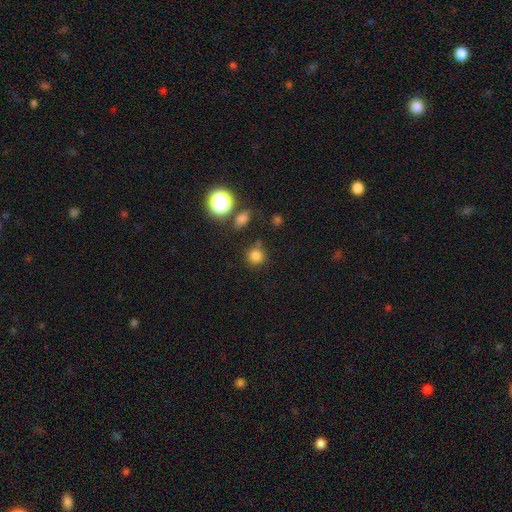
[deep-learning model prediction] A smooth galaxy with no disk features (78%) that is round (91%).

Vote fractions:
- Smooth or featured? smooth: 78% / star or artifact: 17% / featured or disk: 6%
- How rounded? round: 91% / in between: 8% / cigar-shaped: 1%
- Merging? none: 77% / minor disturbance: 12% / merger: 7% / major disturbance: 5%